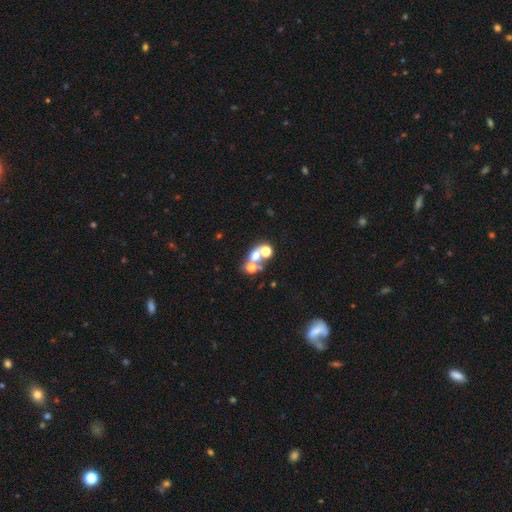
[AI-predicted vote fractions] This appears to be a smooth galaxy with no disk features (51%) that is round (67%). Merging: merger (49%).